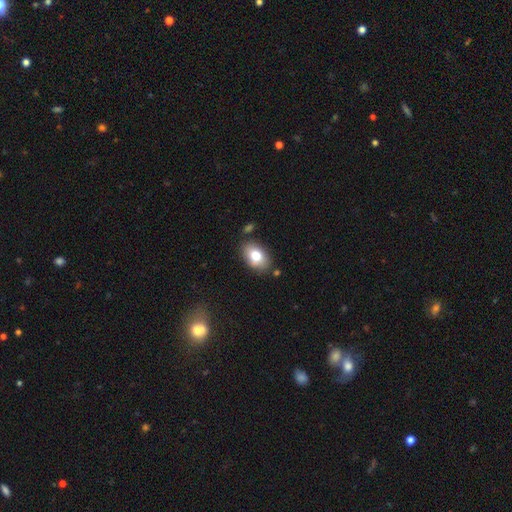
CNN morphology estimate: A smooth galaxy with no disk features (77%) that is in between round and cigar-shaped (84%).

Vote fractions:
- Smooth or featured? smooth: 77% / featured or disk: 15% / star or artifact: 8%
- How rounded? in between: 84% / round: 15% / cigar-shaped: 1%
- Merging? none: 79% / minor disturbance: 13% / merger: 5% / major disturbance: 3%